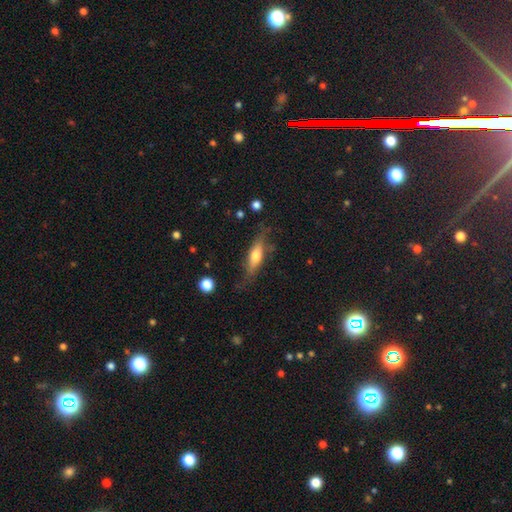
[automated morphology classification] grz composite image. It shows a smooth galaxy with no disk features (54%) that is cigar-shaped (55%). Merging: none (66%).